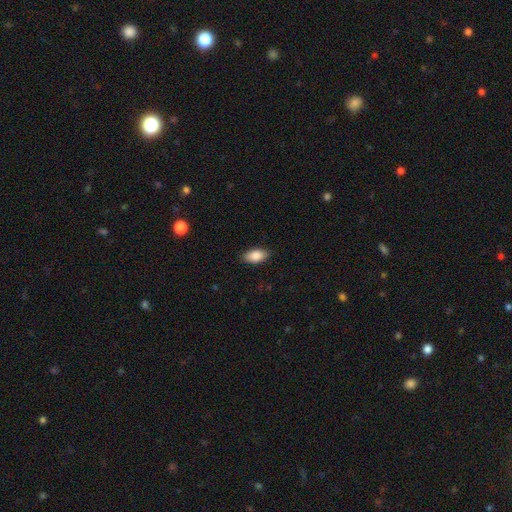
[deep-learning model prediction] Smooth or featured? Predicted: smooth (p=0.87). How rounded? Predicted: in between (p=0.93). Merging? Predicted: none (p=0.87).